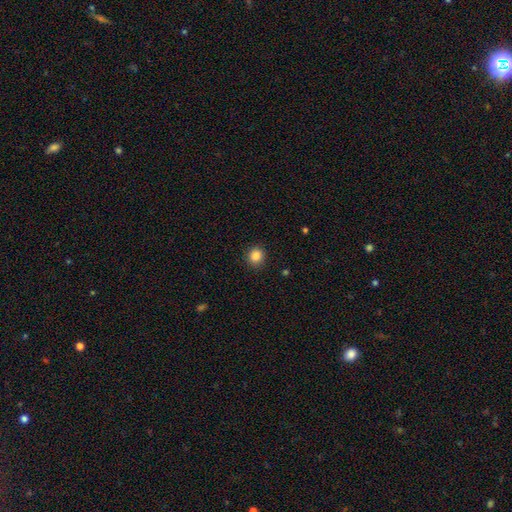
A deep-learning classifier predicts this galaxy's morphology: smooth_or_featured: smooth (p=0.85) [alt: star or artifact p=0.11]
how_rounded: round (p=0.85) [alt: in between p=0.15]
merging: none (p=0.90) [alt: minor disturbance p=0.07]